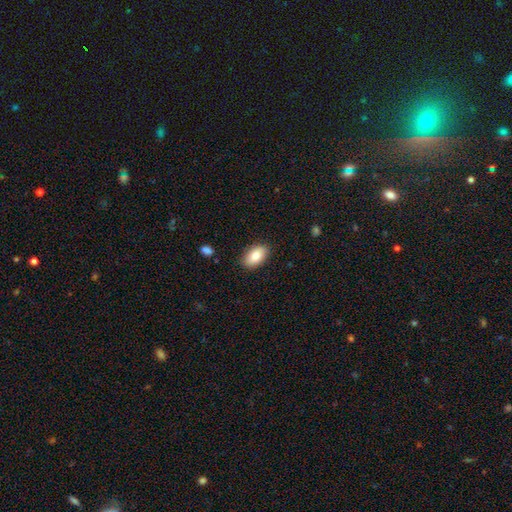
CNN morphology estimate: Smooth or featured? Predicted: smooth (p=0.81). How rounded? Predicted: in between (p=0.92). Merging? Predicted: none (p=0.86).